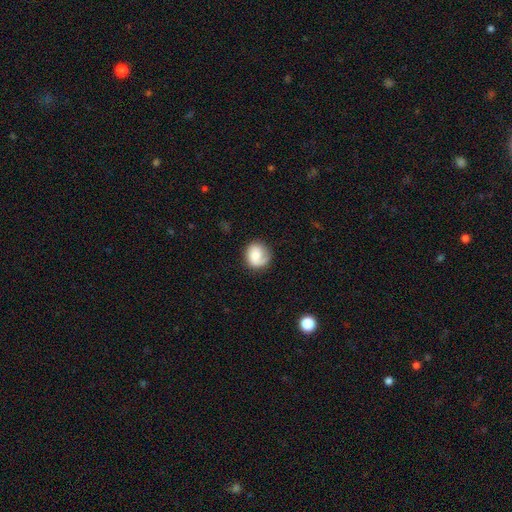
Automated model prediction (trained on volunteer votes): smooth_or_featured: smooth (p=0.61) [alt: featured or disk p=0.32]
how_rounded: round (p=0.75) [alt: in between p=0.24]
merging: none (p=0.67) [alt: minor disturbance p=0.21]